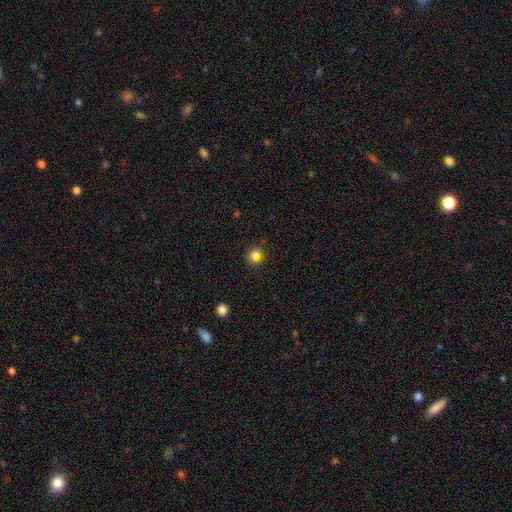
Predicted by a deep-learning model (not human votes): smooth 75%, star or artifact 15%, featured or disk 10%. Down the decision tree: how rounded — round (72%); merging — none (69%).